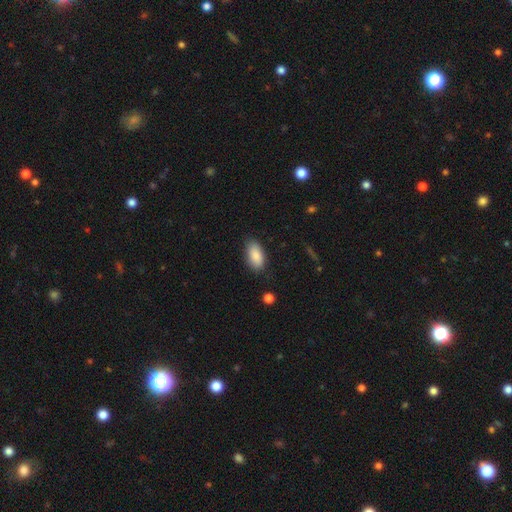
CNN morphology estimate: Smooth or featured? Predicted: smooth (p=0.87). How rounded? Predicted: in between (p=0.93). Merging? Predicted: none (p=0.82).